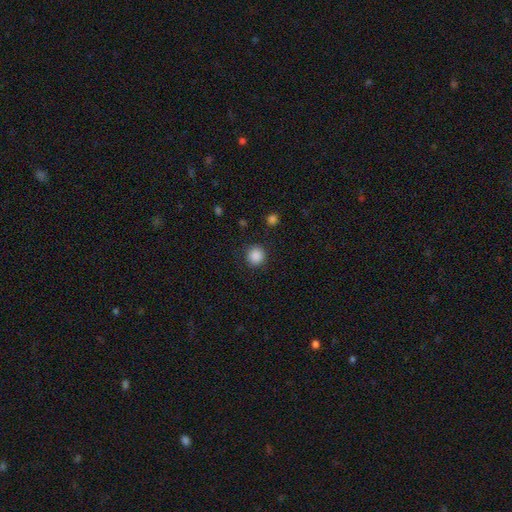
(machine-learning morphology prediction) Q: Smooth or featured?
A: smooth (87%); runner-up: star or artifact (10%)
Q: How rounded?
A: round (94%); runner-up: in between (6%)
Q: Merging?
A: none (89%); runner-up: minor disturbance (7%)